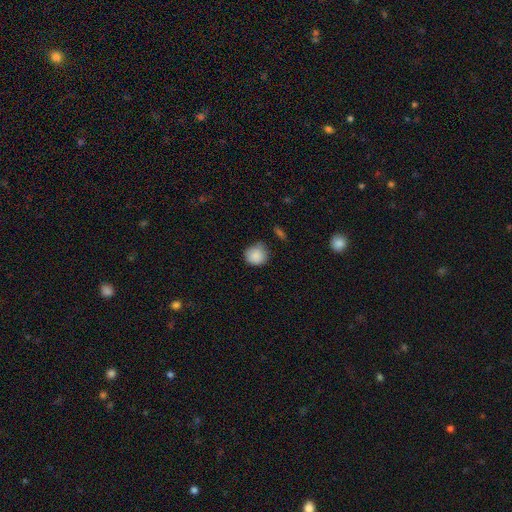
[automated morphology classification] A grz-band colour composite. It shows a smooth galaxy with no disk features (87%) that is round (88%). Merging: none (68%).